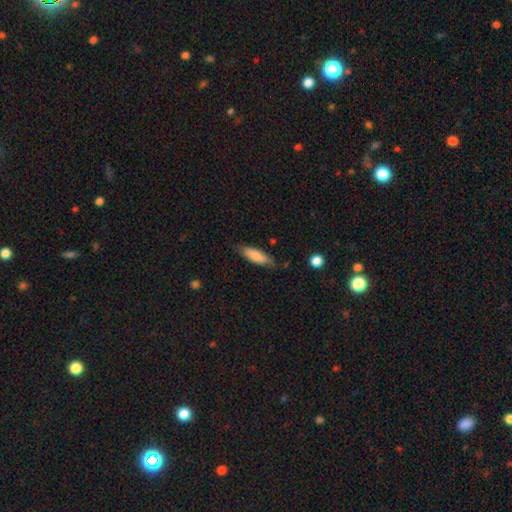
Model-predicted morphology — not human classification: A smooth galaxy with no disk features (81%) that is in between round and cigar-shaped (53%).

Vote fractions:
- Smooth or featured? smooth: 81% / featured or disk: 13% / star or artifact: 6%
- How rounded? in between: 53% / cigar-shaped: 45% / round: 2%
- Merging? none: 73% / minor disturbance: 21% / major disturbance: 4% / merger: 2%